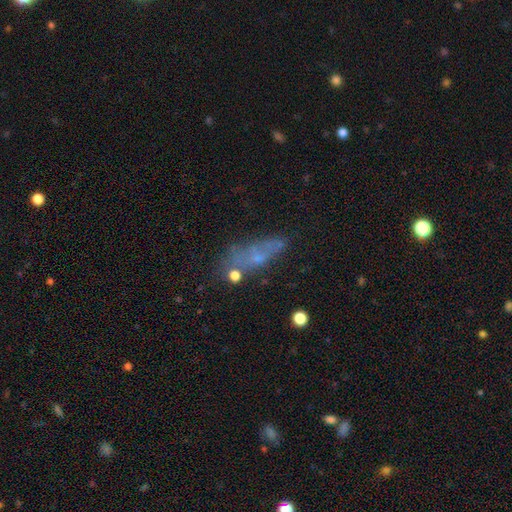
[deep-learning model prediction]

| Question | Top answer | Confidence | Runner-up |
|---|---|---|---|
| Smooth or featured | smooth | 44% | featured or disk (35%) |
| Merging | none | 48% | minor disturbance (23%) |